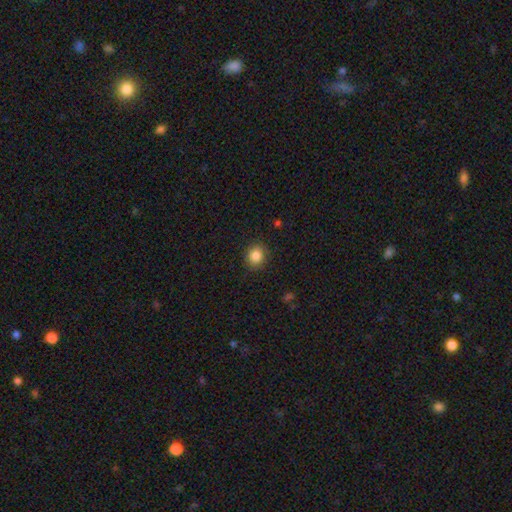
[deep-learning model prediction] Q: Smooth or featured?
A: smooth (85%); runner-up: star or artifact (10%)
Q: How rounded?
A: round (75%); runner-up: in between (24%)
Q: Merging?
A: none (89%); runner-up: minor disturbance (8%)